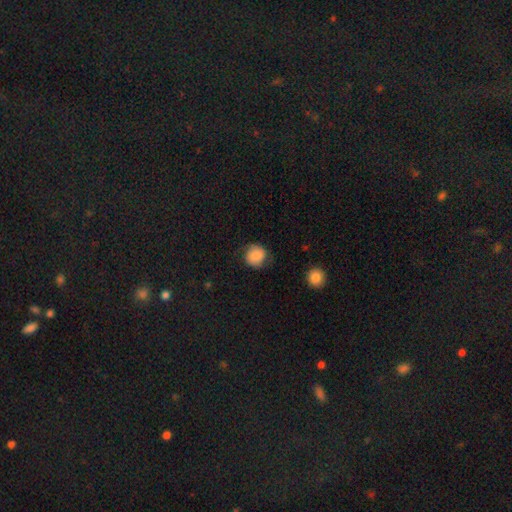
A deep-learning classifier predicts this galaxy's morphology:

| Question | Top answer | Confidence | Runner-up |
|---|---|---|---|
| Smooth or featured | smooth | 82% | featured or disk (10%) |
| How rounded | round | 85% | in between (15%) |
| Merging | none | 75% | minor disturbance (18%) |